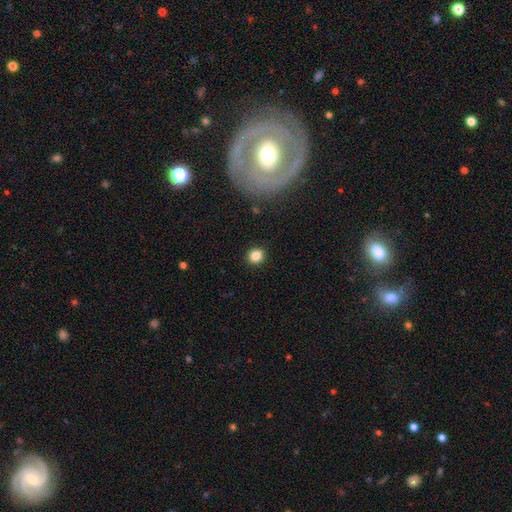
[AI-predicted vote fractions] Smooth or featured?
  - smooth: 84% *
  - star or artifact: 11%
  - featured or disk: 5%
How rounded?
  - round: 83% *
  - in between: 16%
  - cigar-shaped: 1%
Merging?
  - none: 90% *
  - minor disturbance: 6%
  - major disturbance: 2%
  - merger: 1%